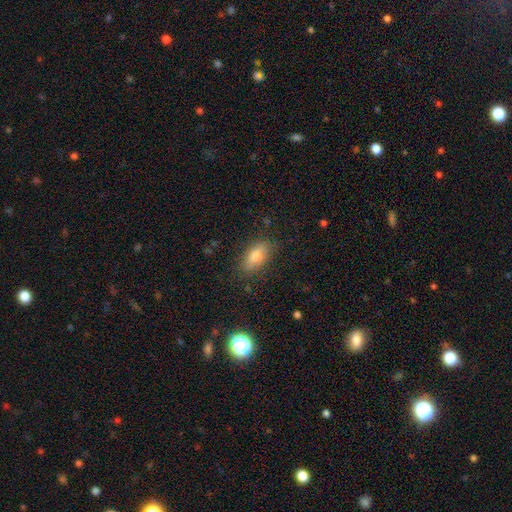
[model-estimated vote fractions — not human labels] Smooth or featured? smooth (72%)
How rounded? in between (82%)
Merging? none (83%)